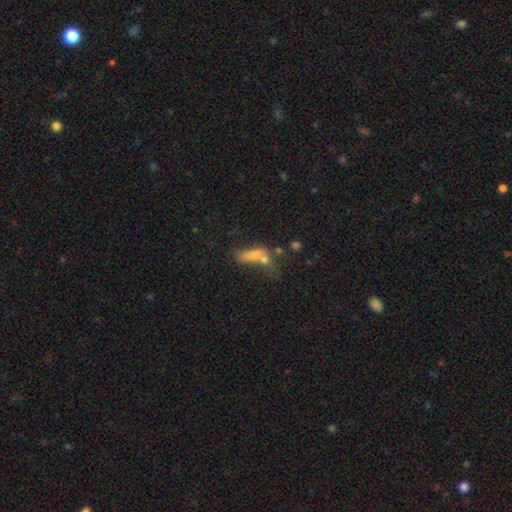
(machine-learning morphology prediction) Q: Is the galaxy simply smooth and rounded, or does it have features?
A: smooth — 62%.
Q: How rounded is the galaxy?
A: in between — 61%.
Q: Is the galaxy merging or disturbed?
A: merger — 41%.